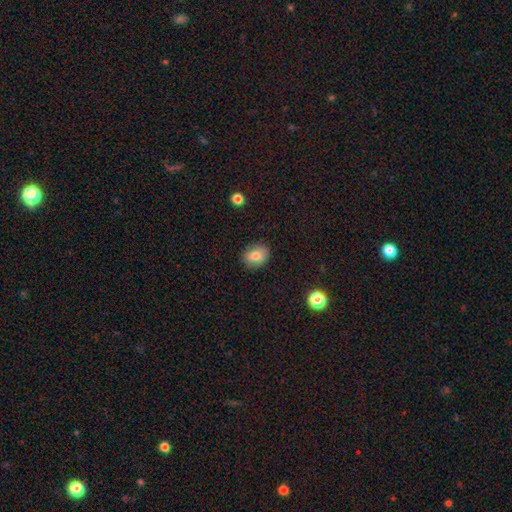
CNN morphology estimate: Smooth or featured? smooth (76%)
How rounded? in between (56%)
Merging? none (84%)